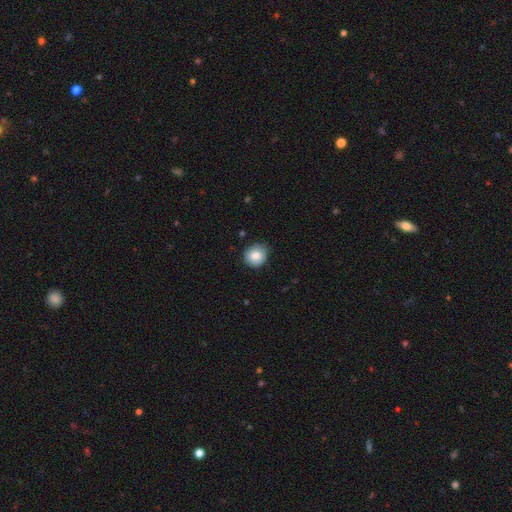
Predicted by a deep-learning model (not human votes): A smooth galaxy with no disk features (82%) that is round (80%). Merging: none (82%).